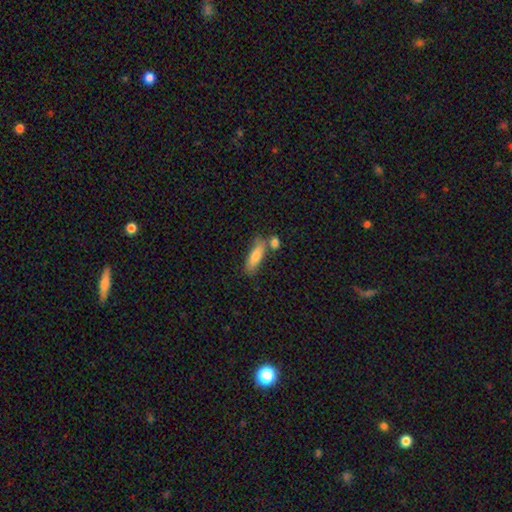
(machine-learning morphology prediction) smooth 74%, featured or disk 20%, star or artifact 7%. Down the decision tree: how rounded — cigar-shaped (54%); merging — none (64%).